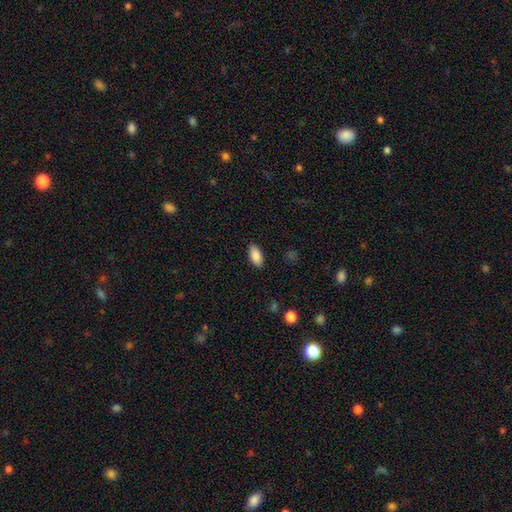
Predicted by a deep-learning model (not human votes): Smooth or featured: smooth — 88% (star or artifact — 7%)
How rounded: in between — 92% (cigar-shaped — 6%)
Merging: none — 88% (minor disturbance — 9%)